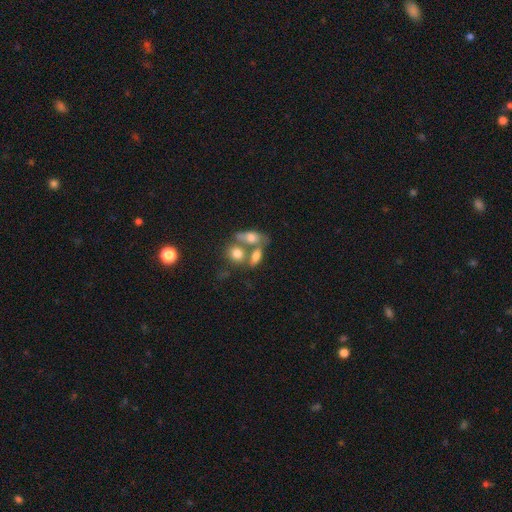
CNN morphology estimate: Smooth or featured? smooth (67%)
How rounded? in between (77%)
Merging? merger (48%)